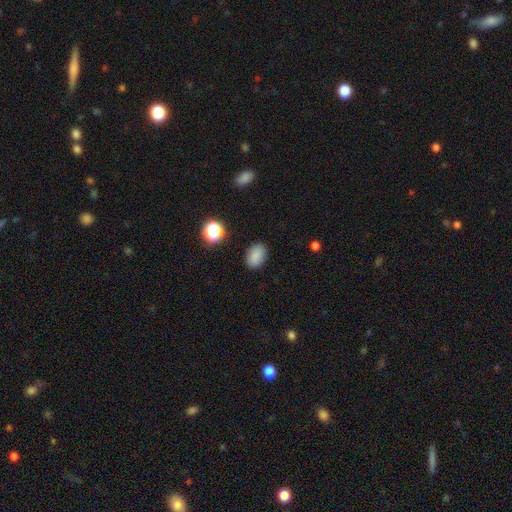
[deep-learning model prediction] Q: Smooth or featured?
A: smooth (84%); runner-up: star or artifact (11%)
Q: How rounded?
A: in between (79%); runner-up: round (19%)
Q: Merging?
A: none (86%); runner-up: minor disturbance (10%)